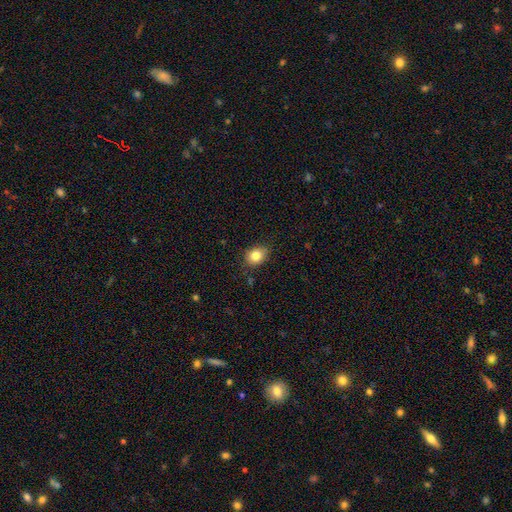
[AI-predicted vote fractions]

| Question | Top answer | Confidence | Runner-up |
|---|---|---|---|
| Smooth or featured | smooth | 83% | star or artifact (10%) |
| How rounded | in between | 50% | round (49%) |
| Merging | none | 83% | minor disturbance (13%) |